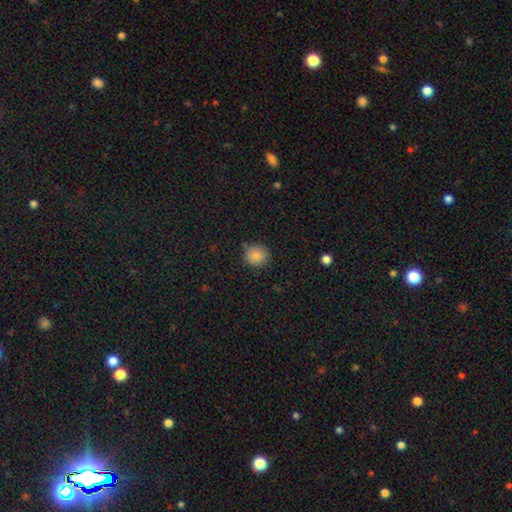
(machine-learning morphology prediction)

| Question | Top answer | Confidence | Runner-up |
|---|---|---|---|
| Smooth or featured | smooth | 86% | star or artifact (10%) |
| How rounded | round | 91% | in between (8%) |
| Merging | none | 84% | minor disturbance (11%) |